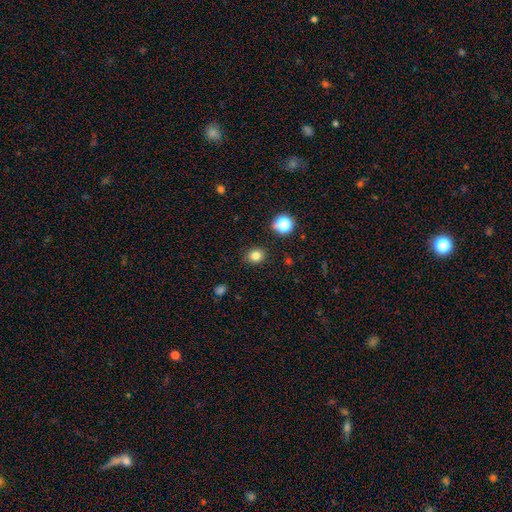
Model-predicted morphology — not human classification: A smooth galaxy with no disk features (81%) that is round (72%).

Vote fractions:
- Smooth or featured? smooth: 81% / star or artifact: 14% / featured or disk: 5%
- How rounded? round: 72% / in between: 27% / cigar-shaped: 1%
- Merging? none: 89% / minor disturbance: 7% / major disturbance: 2% / merger: 2%